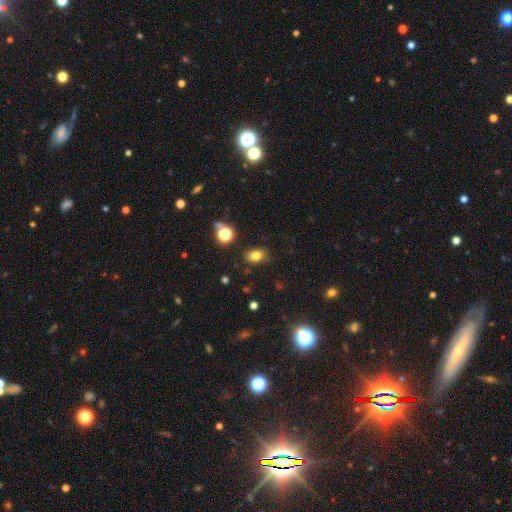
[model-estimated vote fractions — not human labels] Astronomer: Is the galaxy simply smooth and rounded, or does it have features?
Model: smooth — 79%.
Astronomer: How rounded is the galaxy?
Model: in between — 71%.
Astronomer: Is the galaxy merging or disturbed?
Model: none — 81%.